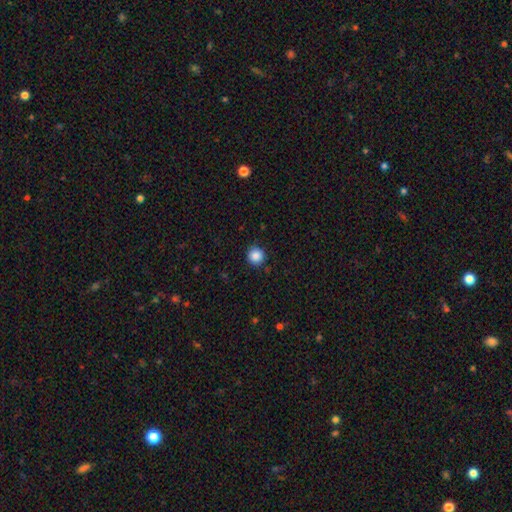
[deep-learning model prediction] Smooth or featured? Predicted: smooth (p=0.86). How rounded? Predicted: round (p=0.94). Merging? Predicted: none (p=0.91).